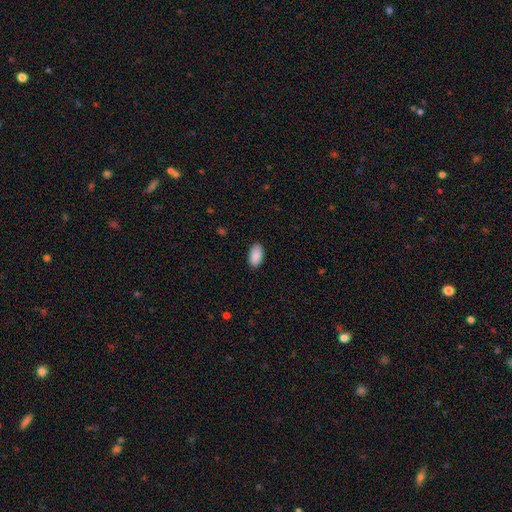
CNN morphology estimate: type=smooth (91%); roundness=in between (95%); merging=none (89%).